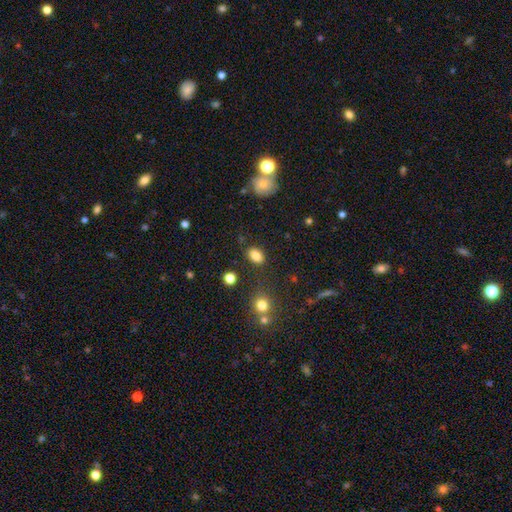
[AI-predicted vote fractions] Smooth or featured? smooth (84%)
How rounded? in between (82%)
Merging? none (81%)